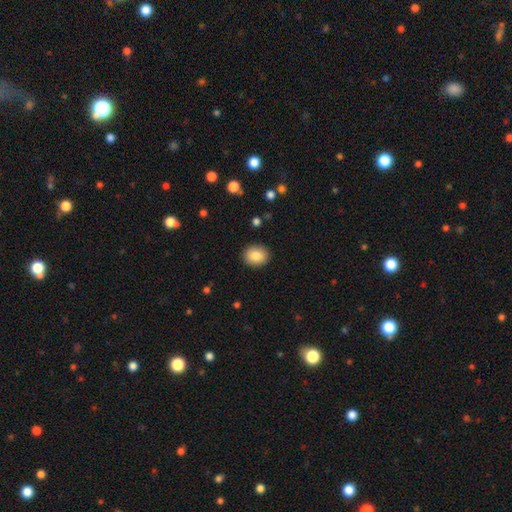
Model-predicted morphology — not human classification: Overall: smooth (85%). How rounded: round (56%; in between 43%). Merging: none (90%).